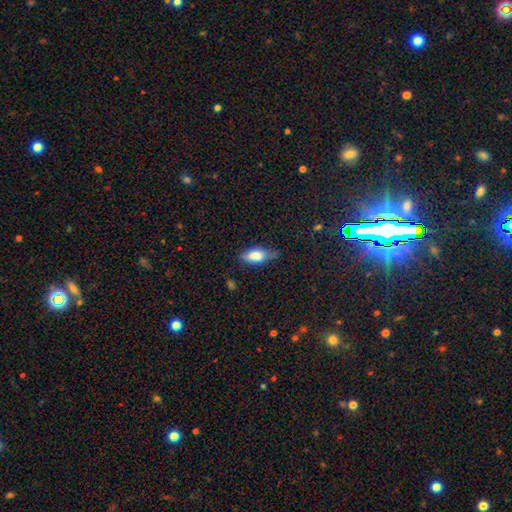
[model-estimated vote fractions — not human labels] Morphology: type=smooth (76%); roundness=in between (83%); merging=none (57%).